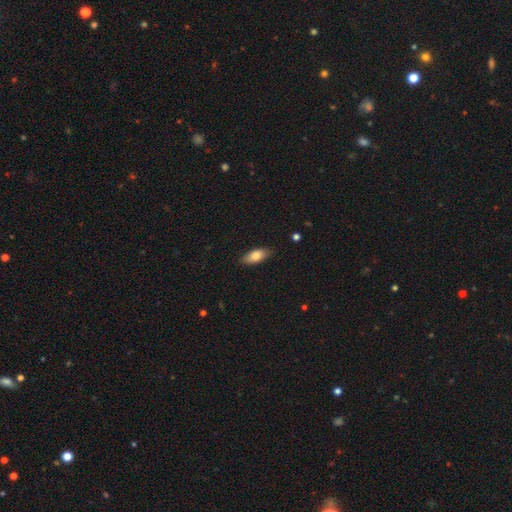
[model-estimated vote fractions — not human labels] Smooth or featured?
  - smooth: 81% *
  - featured or disk: 12%
  - star or artifact: 7%
How rounded?
  - in between: 84% *
  - cigar-shaped: 13%
  - round: 3%
Merging?
  - none: 85% *
  - minor disturbance: 12%
  - major disturbance: 2%
  - merger: 1%